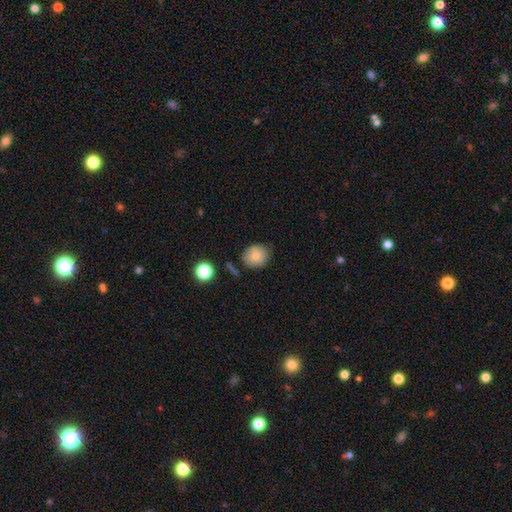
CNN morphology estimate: Overall: smooth (82%). How rounded: round (65%; in between 34%). Merging: none (73%).